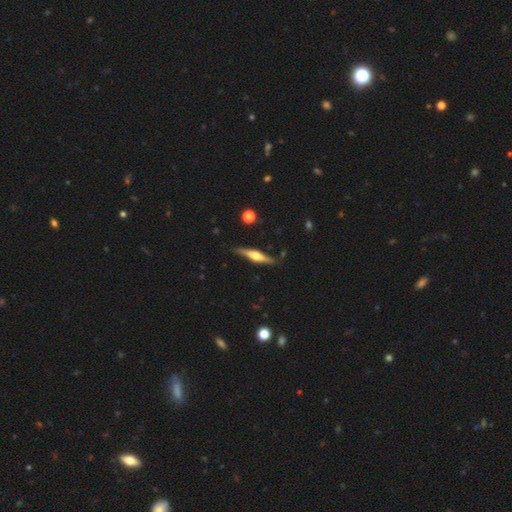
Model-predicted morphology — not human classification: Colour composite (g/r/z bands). It shows a featured or disk galaxy (67%) viewed edge-on (96%) with a rounded central bulge (92%). Merging: none (84%).